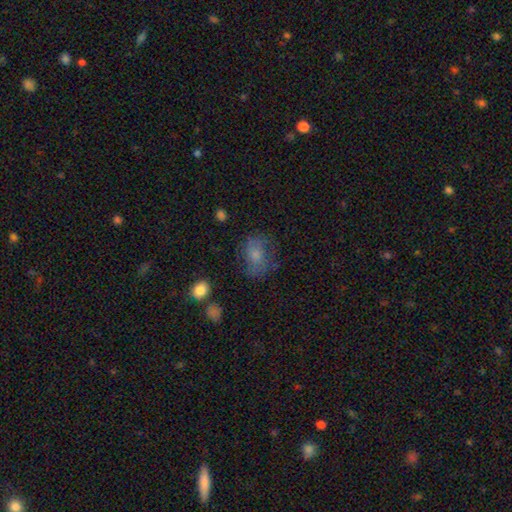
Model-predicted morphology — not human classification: Smooth or featured? Predicted: smooth (p=0.56). How rounded? Predicted: in between (p=0.55). Merging? Predicted: none (p=0.64).